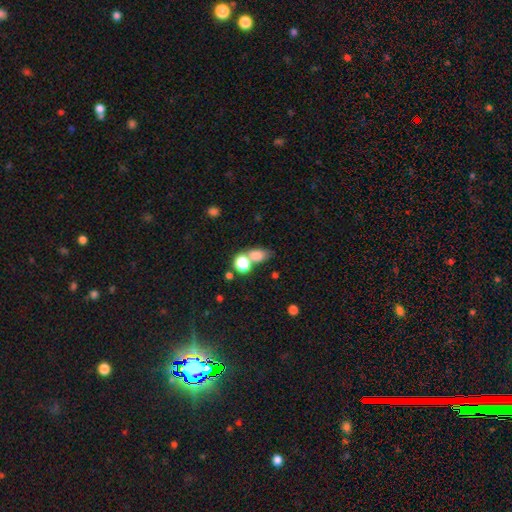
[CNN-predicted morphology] Q: Smooth or featured?
A: smooth (78%); runner-up: star or artifact (14%)
Q: How rounded?
A: in between (68%); runner-up: round (29%)
Q: Merging?
A: none (44%); runner-up: merger (39%)